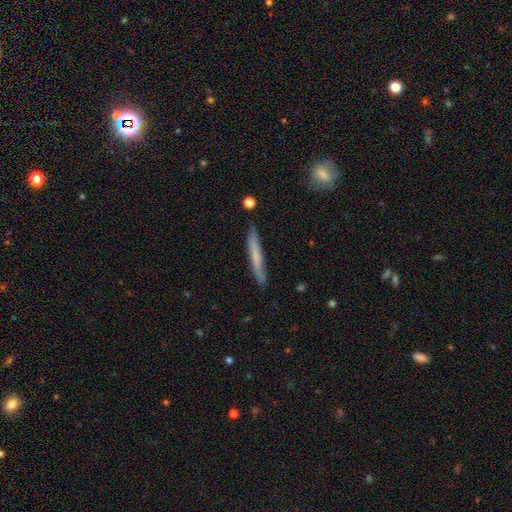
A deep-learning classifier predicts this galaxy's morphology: smooth 61%, featured or disk 33%, star or artifact 6%. Down the decision tree: how rounded — cigar-shaped (96%); merging — none (86%).